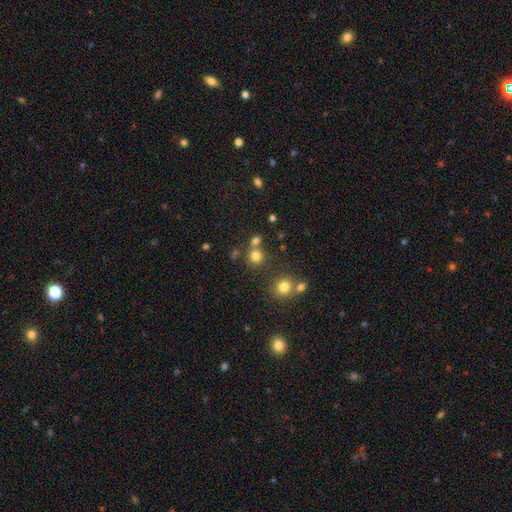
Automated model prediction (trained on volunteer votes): Smooth or featured? smooth (76%)
How rounded? round (87%)
Merging? none (64%)